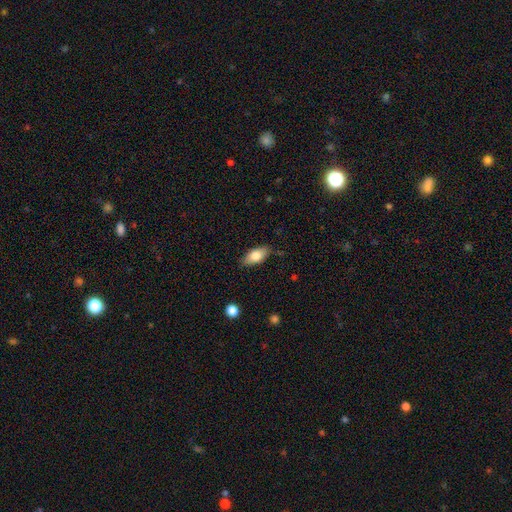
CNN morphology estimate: Smooth or featured? smooth (77%)
How rounded? in between (87%)
Merging? none (83%)